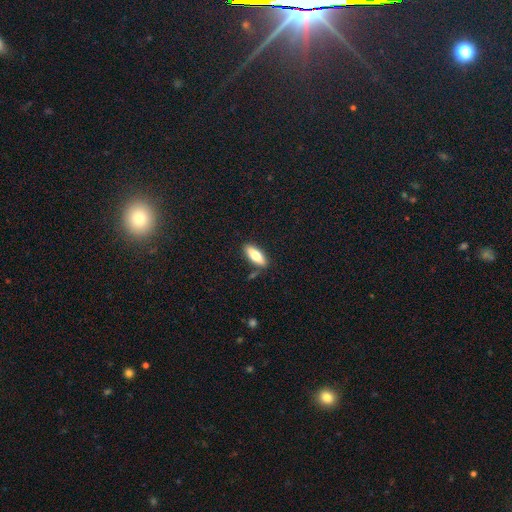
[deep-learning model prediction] A smooth galaxy with no disk features (70%) that is in between round and cigar-shaped (68%).

Vote fractions:
- Smooth or featured? smooth: 70% / featured or disk: 24% / star or artifact: 6%
- How rounded? in between: 68% / cigar-shaped: 30% / round: 2%
- Merging? none: 82% / minor disturbance: 11% / merger: 4% / major disturbance: 3%